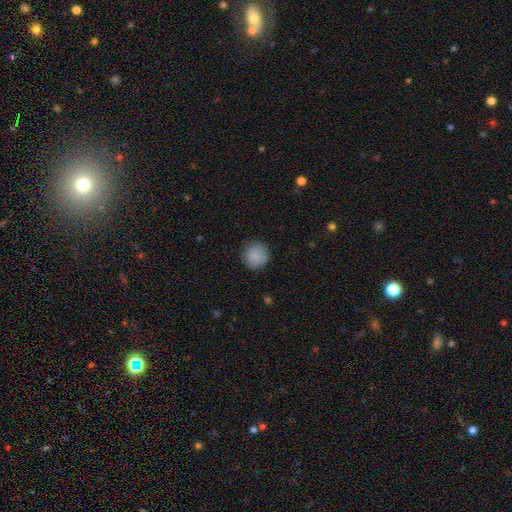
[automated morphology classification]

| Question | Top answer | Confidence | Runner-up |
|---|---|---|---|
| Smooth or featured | smooth | 87% | star or artifact (8%) |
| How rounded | round | 93% | in between (6%) |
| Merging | none | 85% | minor disturbance (11%) |